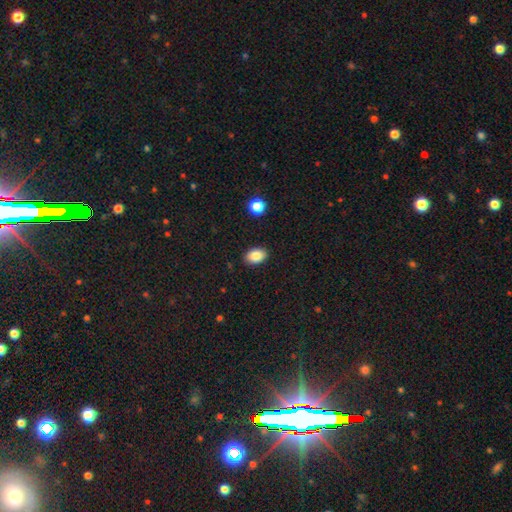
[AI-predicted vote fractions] This is clearly a smooth galaxy (87%). How rounded: clearly in between (83%). Merging: clearly none (88%).